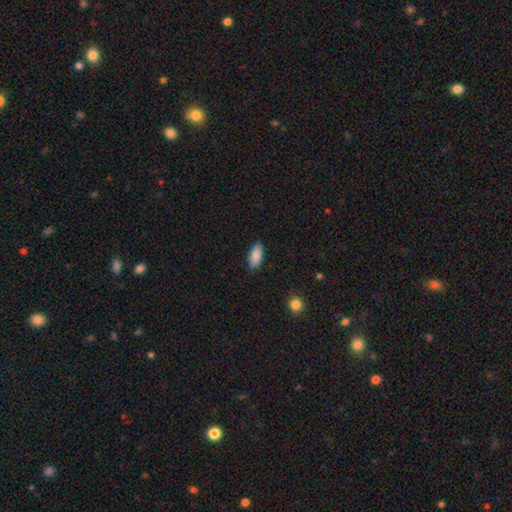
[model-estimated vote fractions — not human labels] This is clearly a smooth galaxy (88%). How rounded: clearly in between (90%). Merging: clearly none (86%).